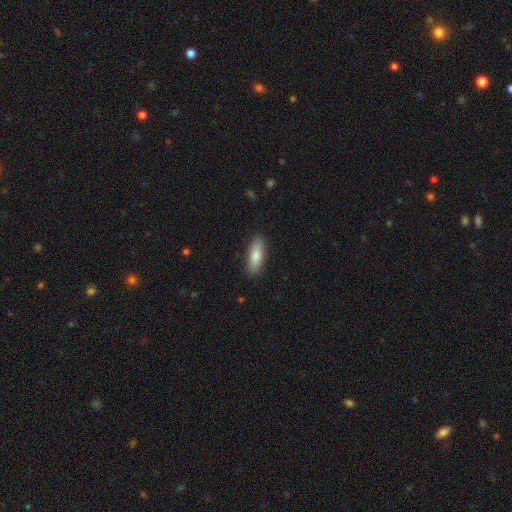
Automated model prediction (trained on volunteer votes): smooth-or-featured: smooth: 82% | featured or disk: 12% | star or artifact: 6%
  how-rounded: in between: 58% | cigar-shaped: 40% | round: 2%
  merging: none: 89% | minor disturbance: 9% | major disturbance: 2% | merger: 1%